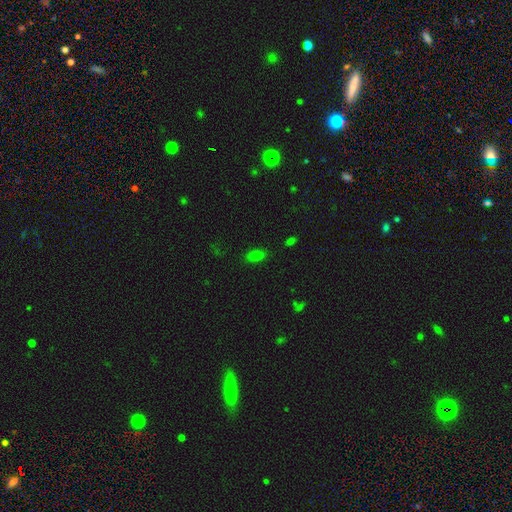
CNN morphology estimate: type=smooth (76%); roundness=in between (86%); merging=none (84%).